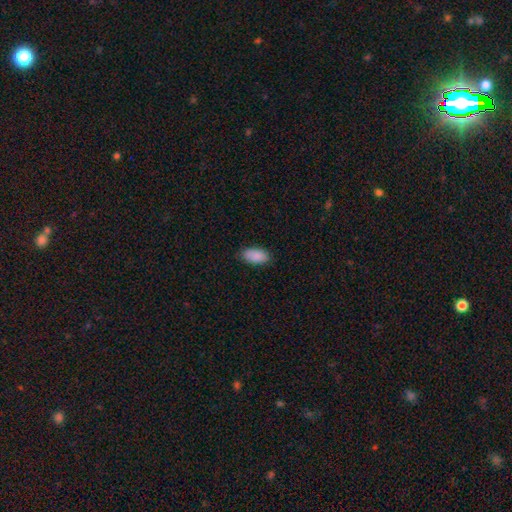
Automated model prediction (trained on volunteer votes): Smooth or featured? smooth (90%)
How rounded? in between (94%)
Merging? none (85%)